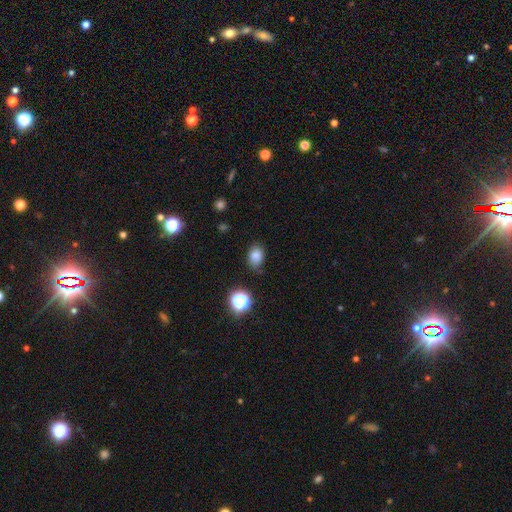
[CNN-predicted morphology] Smooth or featured? Predicted: smooth (p=0.82). How rounded? Predicted: in between (p=0.68). Merging? Predicted: none (p=0.72).